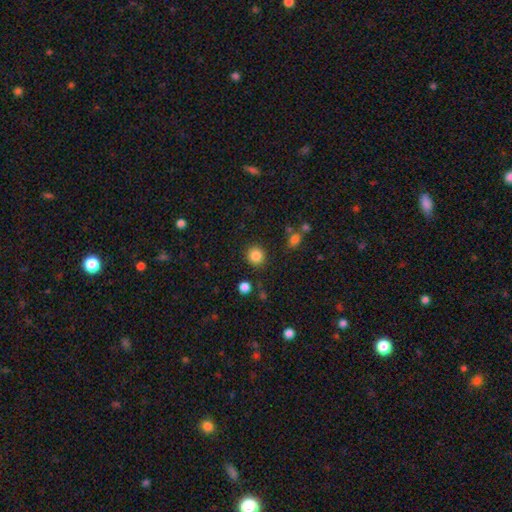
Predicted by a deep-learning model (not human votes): smooth_or_featured: smooth (p=0.86) [alt: star or artifact p=0.10]
how_rounded: round (p=0.90) [alt: in between p=0.09]
merging: none (p=0.89) [alt: minor disturbance p=0.06]